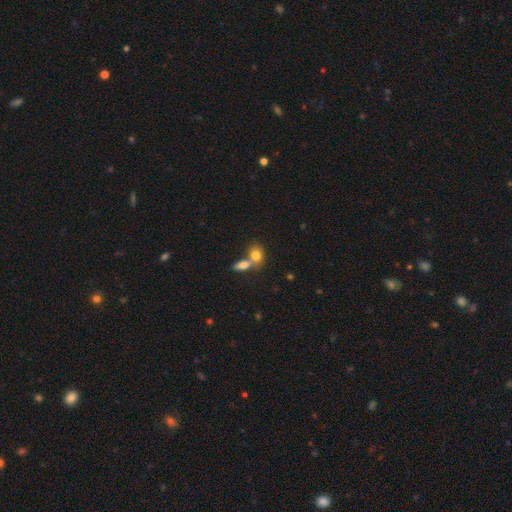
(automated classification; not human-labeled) A smooth galaxy with no disk features (79%) that is in between round and cigar-shaped (56%). Merging: merger (55%).